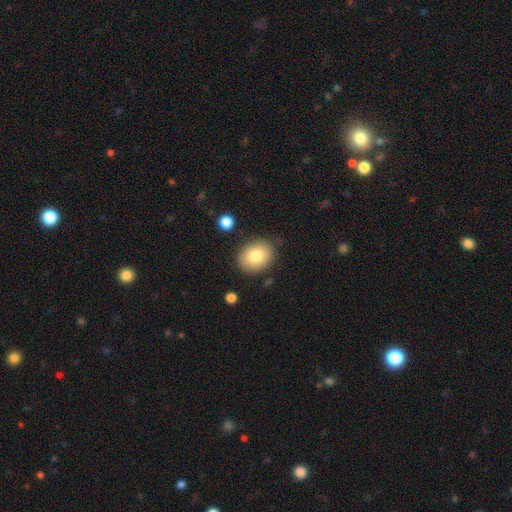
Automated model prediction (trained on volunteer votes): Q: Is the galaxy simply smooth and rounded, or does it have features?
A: smooth — 81%.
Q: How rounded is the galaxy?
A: in between — 52%.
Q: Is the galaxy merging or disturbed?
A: none — 81%.